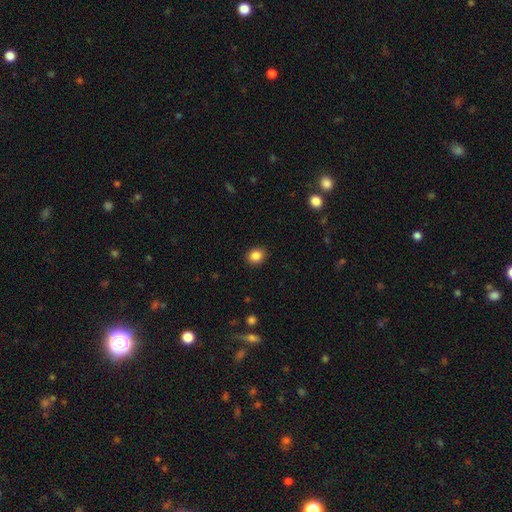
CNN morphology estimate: This appears to be a smooth galaxy with no disk features (86%) that is round (66%). Merging: none (89%).